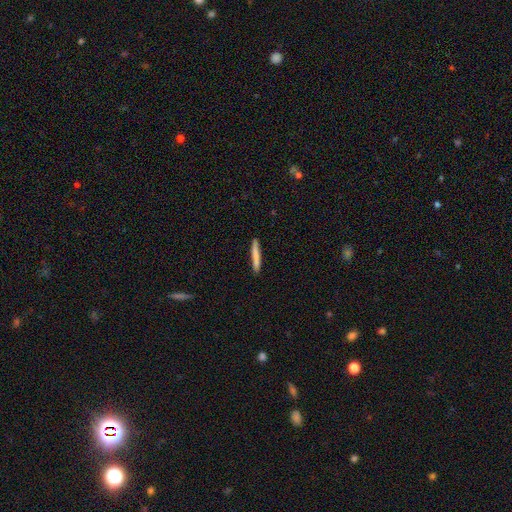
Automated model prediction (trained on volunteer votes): smooth 77%, featured or disk 18%, star or artifact 6%. Down the decision tree: how rounded — cigar-shaped (96%); merging — none (90%).